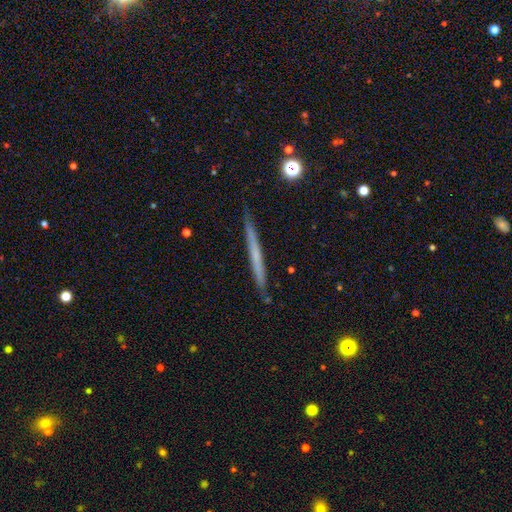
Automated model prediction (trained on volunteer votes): smooth_or_featured: featured or disk (p=0.47) [tied with: smooth p=0.47]
merging: none (p=0.90) [alt: minor disturbance p=0.07]